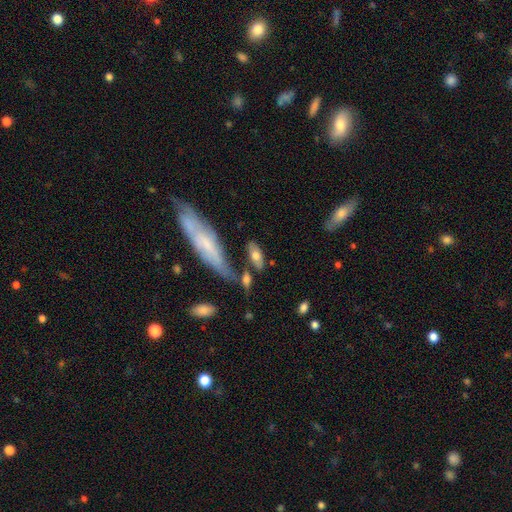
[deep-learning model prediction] smooth_or_featured: smooth (p=0.65) [alt: featured or disk p=0.28]
how_rounded: in between (p=0.74) [alt: cigar-shaped p=0.22]
merging: none (p=0.62) [alt: minor disturbance p=0.18]